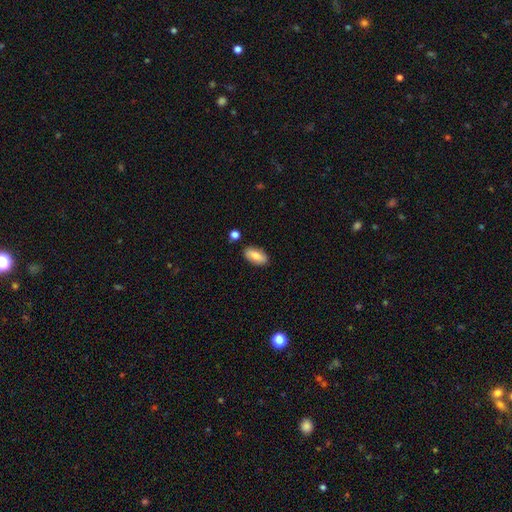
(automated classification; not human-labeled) smooth 76%, featured or disk 18%, star or artifact 7%. Down the decision tree: how rounded — in between (89%); merging — none (85%).